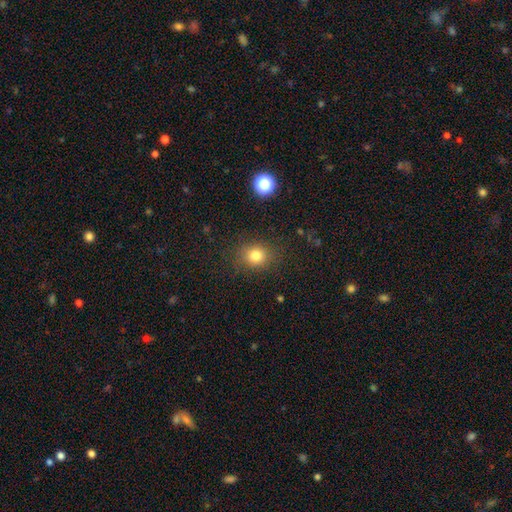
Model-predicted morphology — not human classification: smooth 79%, star or artifact 14%, featured or disk 7%. Down the decision tree: how rounded — round (70%); merging — none (85%).